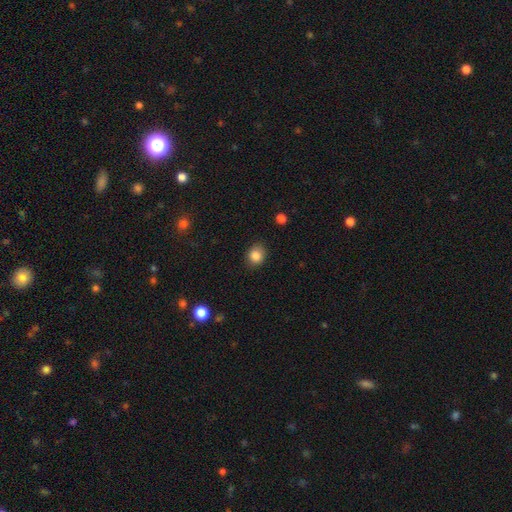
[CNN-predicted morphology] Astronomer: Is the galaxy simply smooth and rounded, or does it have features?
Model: smooth — 85%.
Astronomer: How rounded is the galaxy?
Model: round — 68%.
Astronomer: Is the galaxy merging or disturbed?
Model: none — 84%.